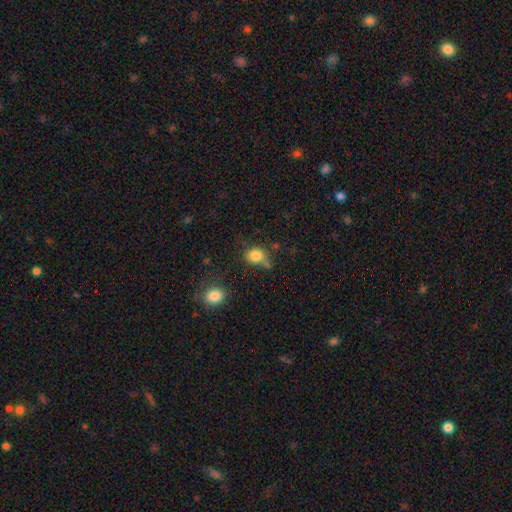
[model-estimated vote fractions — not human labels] Smooth or featured? Predicted: smooth (p=0.82). How rounded? Predicted: round (p=0.67). Merging? Predicted: none (p=0.52).